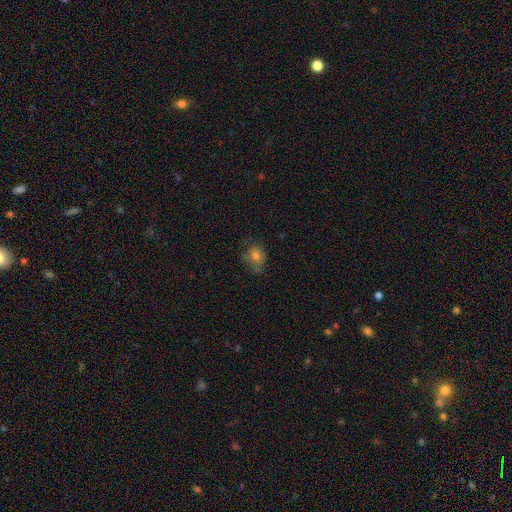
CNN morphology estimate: This is likely a smooth galaxy (68%). How rounded: possibly round (55%). Merging: possibly none (59%).